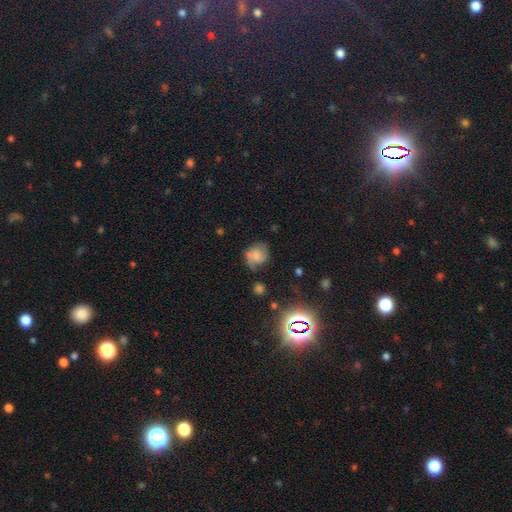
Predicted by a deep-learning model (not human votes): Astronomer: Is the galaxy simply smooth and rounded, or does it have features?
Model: smooth — 54% (runner-up: featured or disk, 32%).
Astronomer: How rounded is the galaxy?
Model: round — 64%.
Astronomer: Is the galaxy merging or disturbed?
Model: none — 55%.